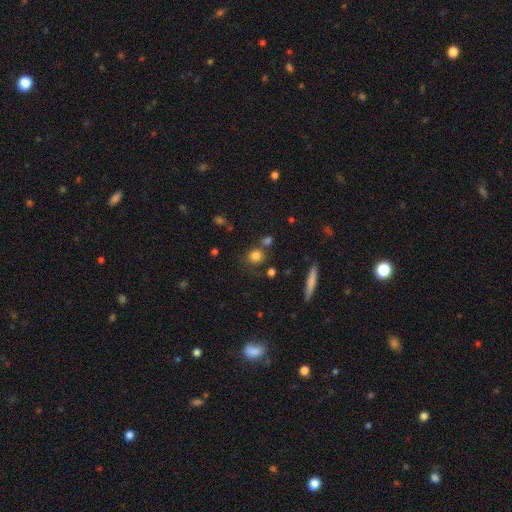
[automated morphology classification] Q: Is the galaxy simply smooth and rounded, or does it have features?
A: smooth — 80%.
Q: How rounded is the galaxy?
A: round — 81%.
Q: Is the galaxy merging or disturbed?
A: none — 69%.